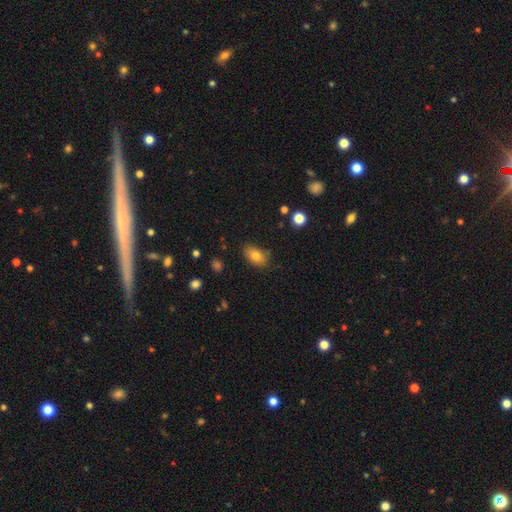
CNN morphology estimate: Smooth or featured: smooth — 80% (featured or disk — 11%)
How rounded: in between — 88% (round — 9%)
Merging: none — 76% (minor disturbance — 18%)